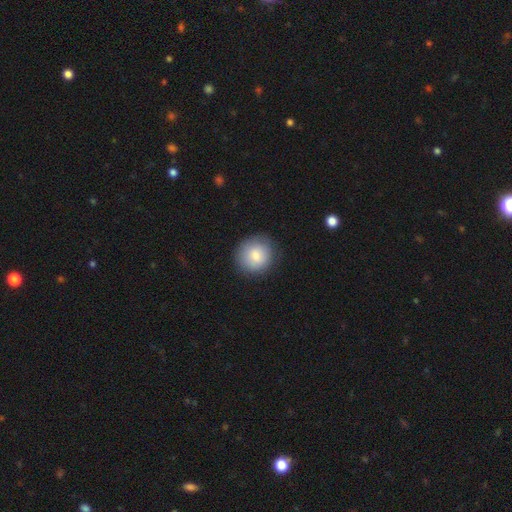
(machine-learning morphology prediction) This is clearly a smooth galaxy (82%). How rounded: clearly round (90%). Merging: clearly none (85%).